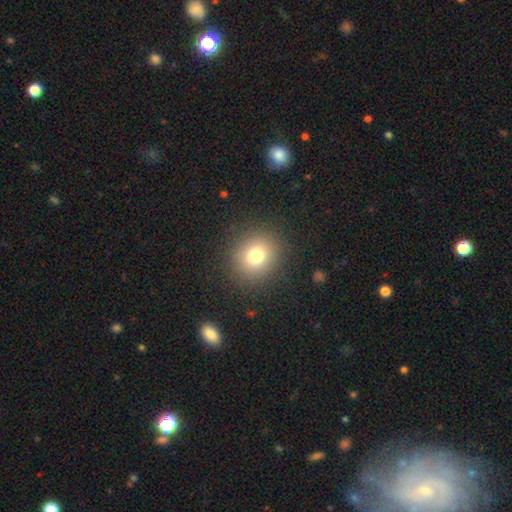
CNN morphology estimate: Smooth or featured: smooth — 76% (star or artifact — 15%)
How rounded: round — 85% (in between — 14%)
Merging: none — 89% (minor disturbance — 6%)